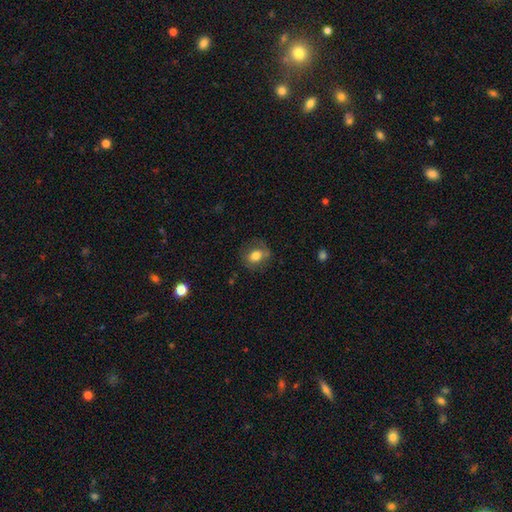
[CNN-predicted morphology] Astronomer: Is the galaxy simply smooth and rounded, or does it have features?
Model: smooth — 72%.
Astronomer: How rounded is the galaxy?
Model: round — 53% (runner-up: in between, 46%).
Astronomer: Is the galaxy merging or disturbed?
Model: none — 69%.